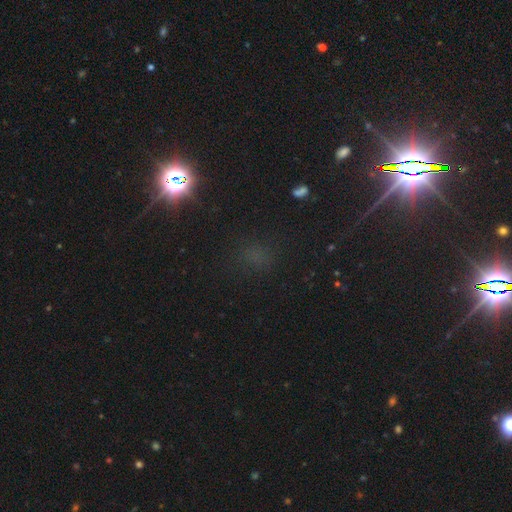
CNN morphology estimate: smooth_or_featured: star or artifact (p=0.64) [alt: smooth p=0.26]